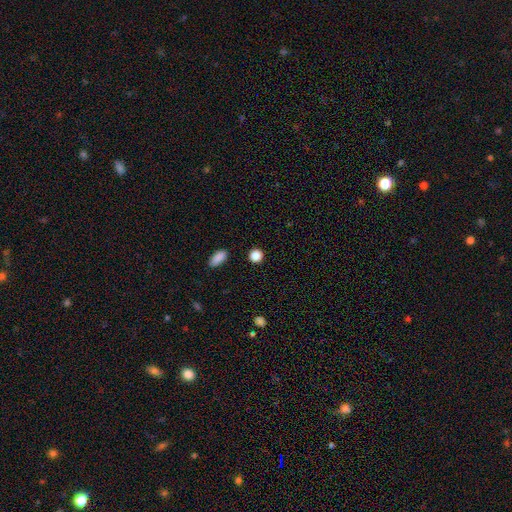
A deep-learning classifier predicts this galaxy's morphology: This is clearly a smooth galaxy (87%). How rounded: clearly round (90%). Merging: clearly none (90%).